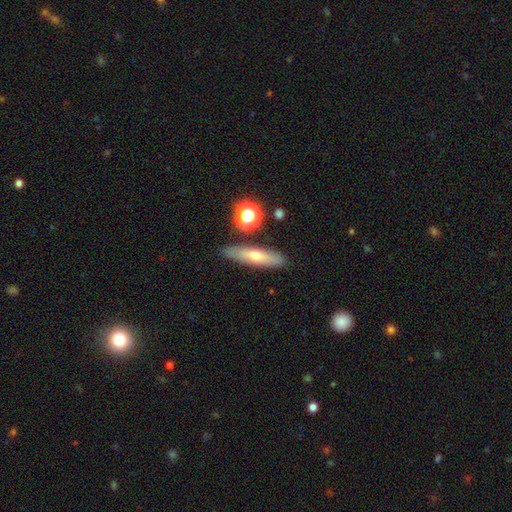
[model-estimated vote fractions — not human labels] smooth 51%, featured or disk 39%, star or artifact 10%. Down the decision tree: how rounded — cigar-shaped (75%); merging — none (82%).